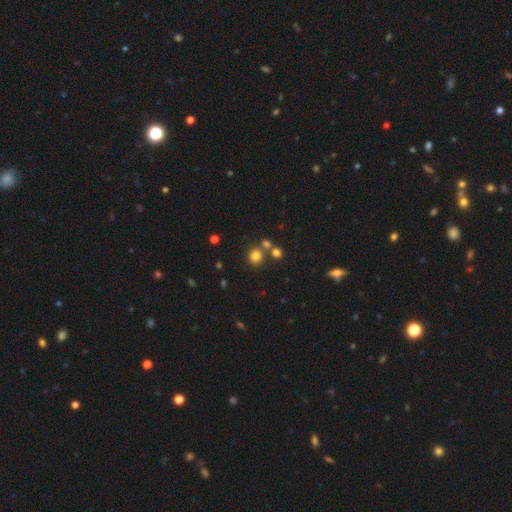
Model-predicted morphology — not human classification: Q: Smooth or featured?
A: smooth (78%); runner-up: star or artifact (16%)
Q: How rounded?
A: round (87%); runner-up: in between (12%)
Q: Merging?
A: none (70%); runner-up: merger (19%)